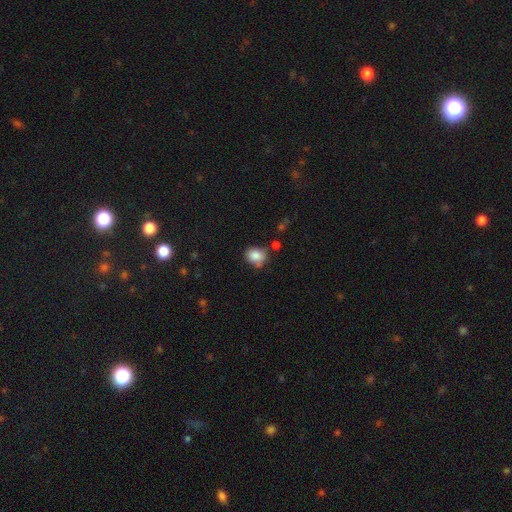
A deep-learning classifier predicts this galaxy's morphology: smooth_or_featured: smooth (p=0.85) [alt: star or artifact p=0.09]
how_rounded: round (p=0.55) [alt: in between p=0.44]
merging: none (p=0.64) [alt: minor disturbance p=0.22]